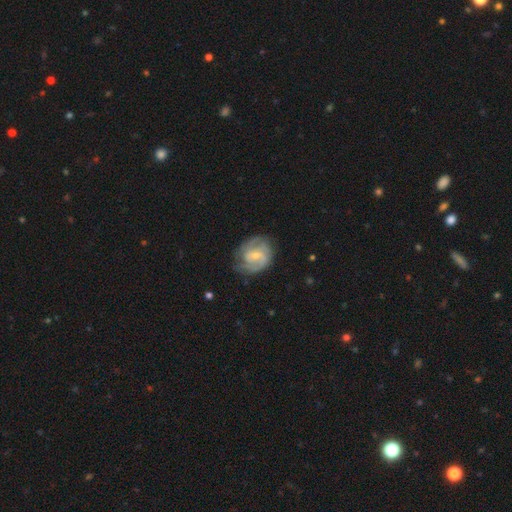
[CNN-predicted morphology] Smooth or featured? Predicted: featured or disk (p=0.82). Edge-on disk? Predicted: no (p=0.98). Bar? Predicted: weak (p=0.53). Spiral arms? Predicted: yes (p=0.95). Spiral winding? Predicted: medium (p=0.46). Spiral arm count? Predicted: 2 (p=0.49). Bulge size? Predicted: small (p=0.63). Merging? Predicted: none (p=0.70).